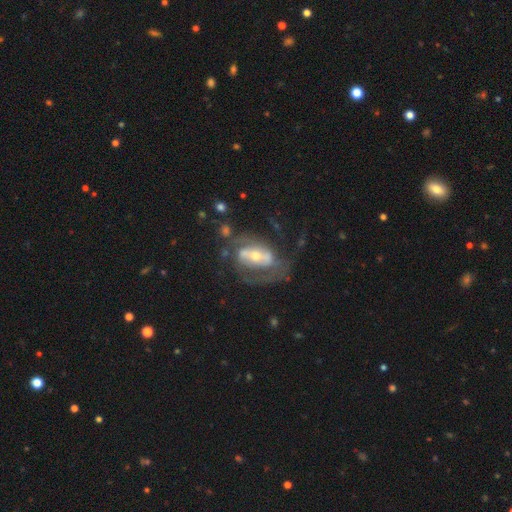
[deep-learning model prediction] Smooth or featured?
  - featured or disk: 76% *
  - smooth: 17%
  - star or artifact: 7%
Edge-on disk?
  - no: 94% *
  - yes: 6%
Bar?
  - no: 35% *
  - weak: 32%
  - strong: 32%
Spiral arms?
  - yes: 72% *
  - no: 28%
Spiral winding?
  - medium: 44% *
  - tight: 30%
  - loose: 26%
Spiral arm count?
  - 2: 63% *
  - can't tell: 21%
  - 1: 9%
  - 3: 5%
  - 4: 2%
  - more than 4: 2%
Bulge size?
  - moderate: 52% *
  - small: 41%
  - large: 5%
  - none: 1%
  - dominant: 1%
Merging?
  - none: 45% *
  - major disturbance: 28%
  - minor disturbance: 19%
  - merger: 8%